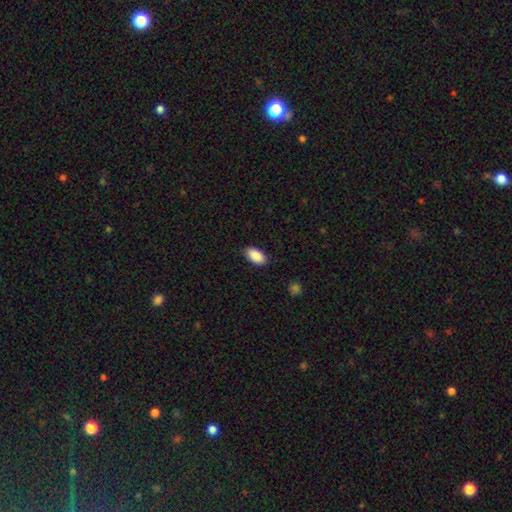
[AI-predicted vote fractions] smooth-or-featured: smooth: 90% | star or artifact: 6% | featured or disk: 3%
  how-rounded: in between: 94% | round: 3% | cigar-shaped: 3%
  merging: none: 86% | minor disturbance: 11% | major disturbance: 2% | merger: 1%